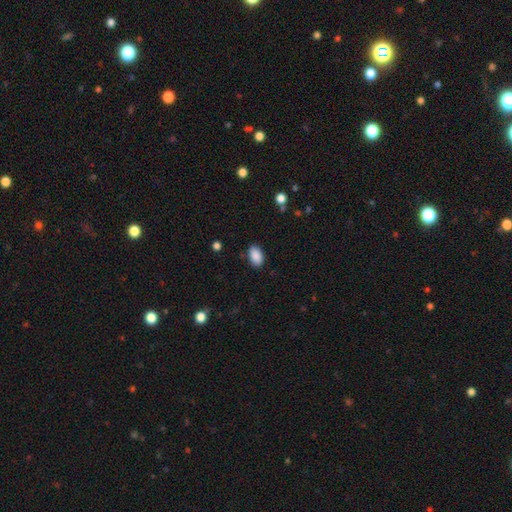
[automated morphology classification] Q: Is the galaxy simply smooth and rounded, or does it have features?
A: smooth — 90%.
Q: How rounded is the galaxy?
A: in between — 92%.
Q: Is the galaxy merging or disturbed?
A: none — 85%.